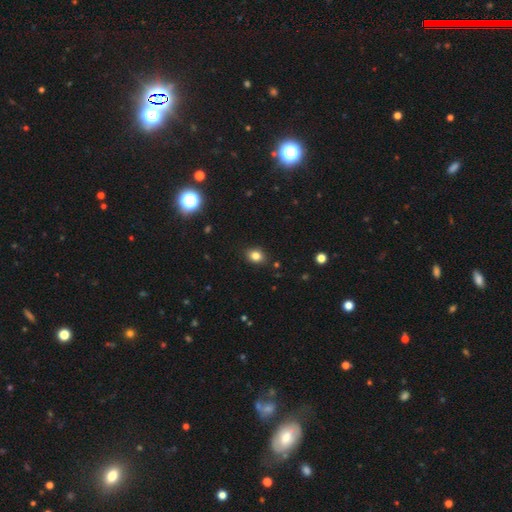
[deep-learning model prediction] smooth_or_featured: smooth (p=0.81) [alt: star or artifact p=0.12]
how_rounded: in between (p=0.60) [alt: round p=0.38]
merging: none (p=0.87) [alt: minor disturbance p=0.10]